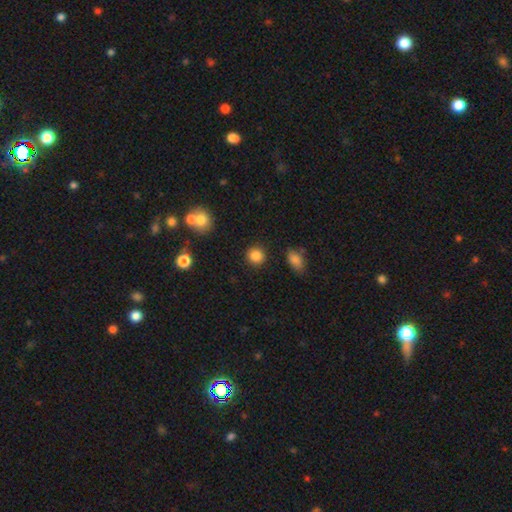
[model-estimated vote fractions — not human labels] Q: Smooth or featured?
A: smooth (86%); runner-up: star or artifact (11%)
Q: How rounded?
A: round (89%); runner-up: in between (10%)
Q: Merging?
A: none (88%); runner-up: minor disturbance (7%)